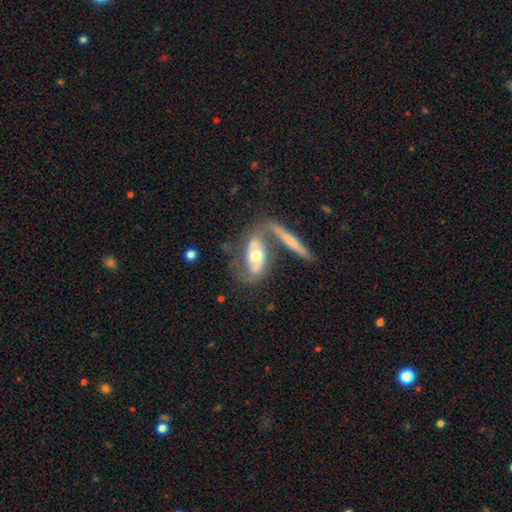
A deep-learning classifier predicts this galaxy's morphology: This is likely a featured or disk galaxy (63%). It is clearly not viewed edge-on (81%). Bar: possibly no (60%). Spiral arm pattern: likely yes (69%). Central bulge: likely moderate (69%). Merging: marginally none (40%).